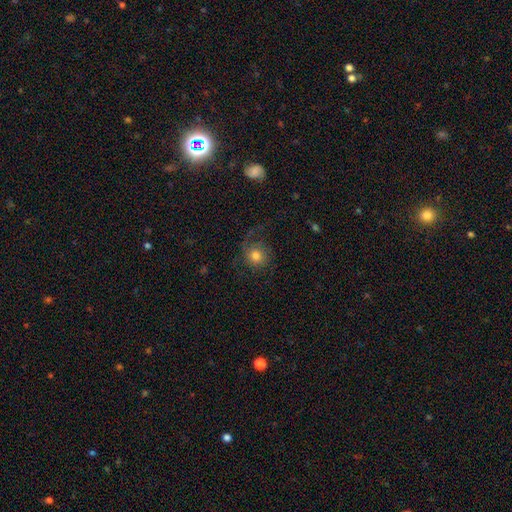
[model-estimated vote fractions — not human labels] Morphology: type=smooth (65%); roundness=round (87%); merging=none (57%).